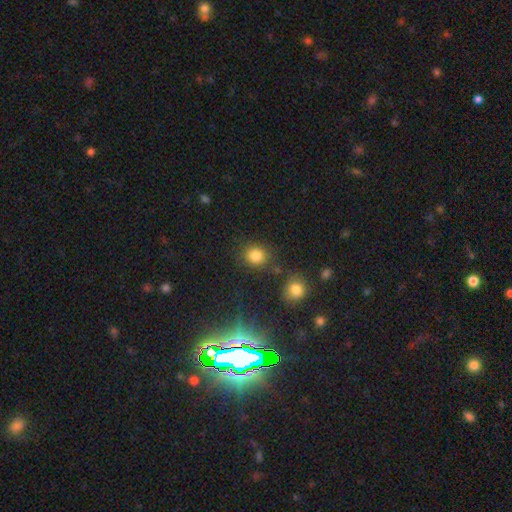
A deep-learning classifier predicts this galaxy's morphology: This is clearly a smooth galaxy (81%). How rounded: likely round (76%). Merging: likely none (77%).